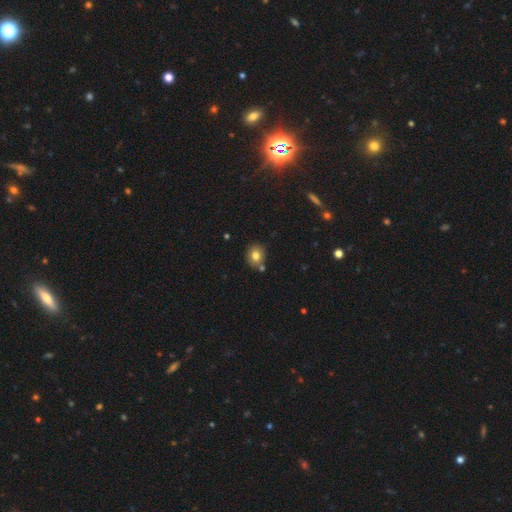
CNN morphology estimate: Smooth or featured? Predicted: smooth (p=0.79). How rounded? Predicted: round (p=0.74). Merging? Predicted: none (p=0.74).